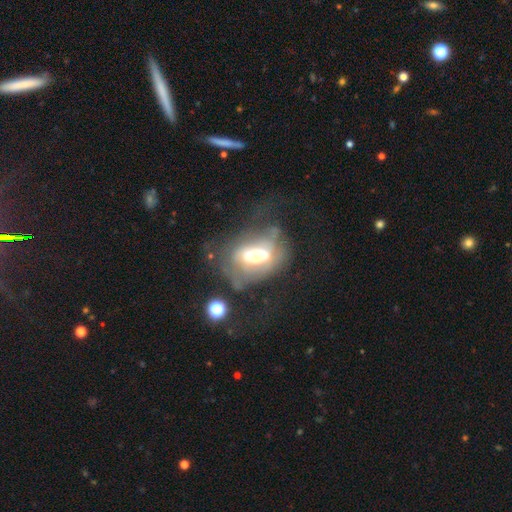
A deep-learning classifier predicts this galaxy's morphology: Q: Smooth or featured?
A: featured or disk (63%); runner-up: smooth (27%)
Q: Edge-on disk?
A: no (93%); runner-up: yes (7%)
Q: Bar?
A: no (52%); runner-up: weak (30%)
Q: Spiral arms?
A: no (62%); runner-up: yes (38%)
Q: Bulge size?
A: moderate (55%); runner-up: small (23%)
Q: Merging?
A: major disturbance (41%); runner-up: none (27%)